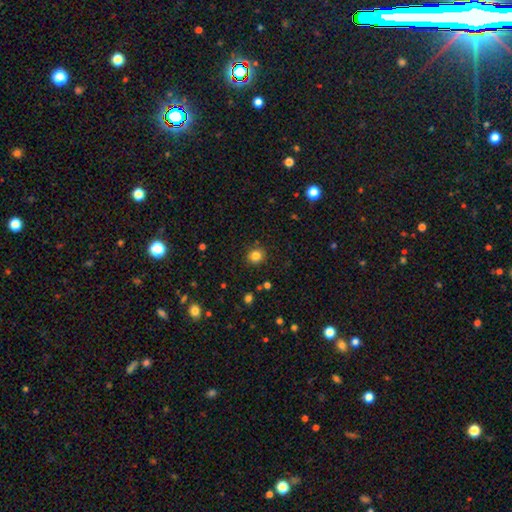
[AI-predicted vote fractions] Morphology: type=smooth (83%); roundness=round (85%); merging=none (89%).